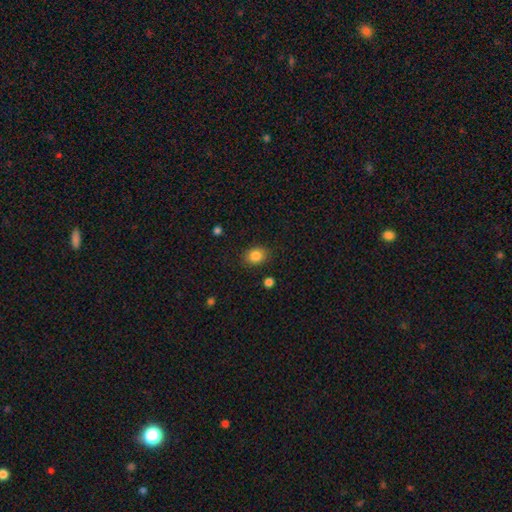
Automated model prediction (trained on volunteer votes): Morphology: type=smooth (84%); roundness=in between (53%); merging=none (86%).